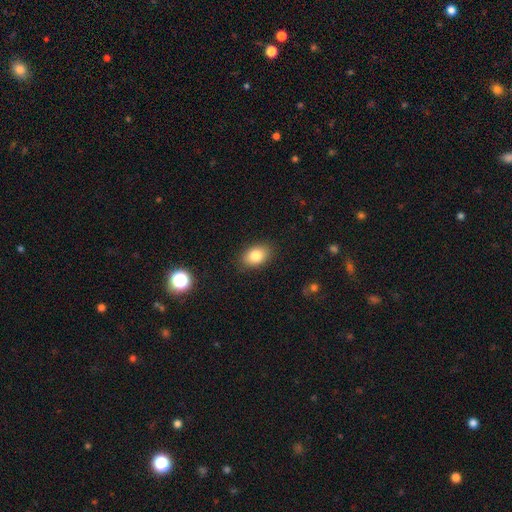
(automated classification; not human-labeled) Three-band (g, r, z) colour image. It shows a smooth galaxy with no disk features (83%) that is in between round and cigar-shaped (82%). Merging: none (86%).